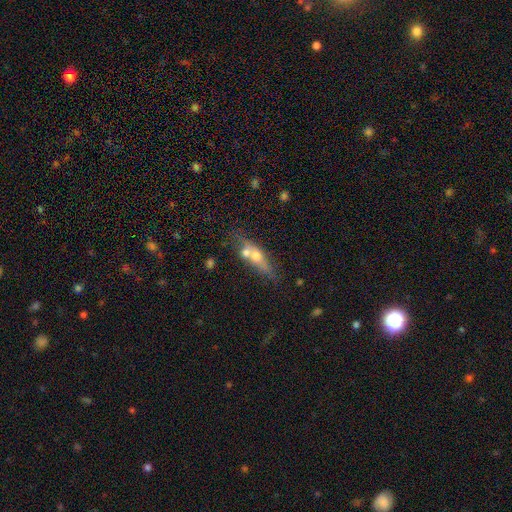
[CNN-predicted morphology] Smooth or featured: smooth — 50% (featured or disk — 42%)
Merging: merger — 41% (none — 40%)